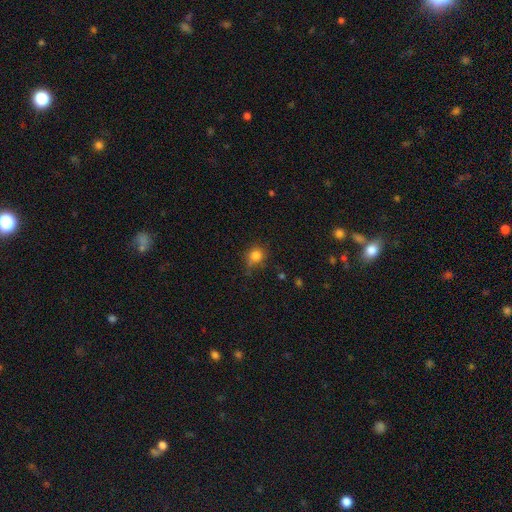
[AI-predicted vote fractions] Overall: smooth (80%). How rounded: round (81%). Merging: none (65%; minor disturbance 26%).